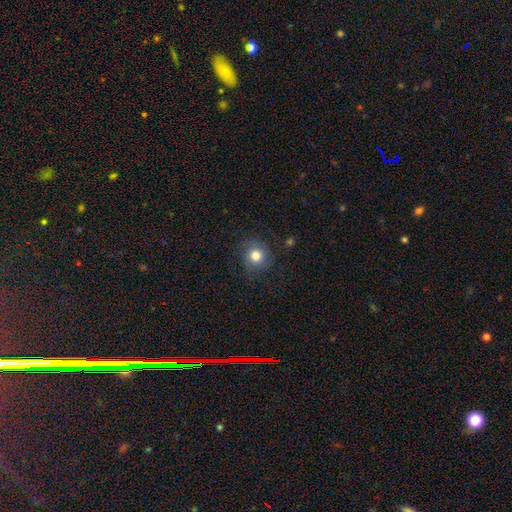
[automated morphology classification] smooth_or_featured: smooth (p=0.81) [alt: star or artifact p=0.11]
how_rounded: round (p=0.89) [alt: in between p=0.11]
merging: none (p=0.82) [alt: minor disturbance p=0.12]